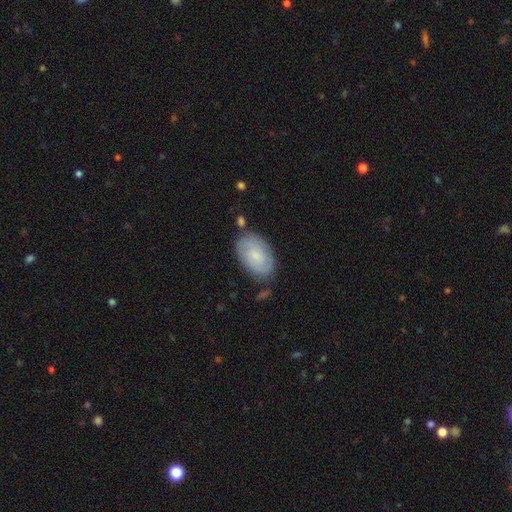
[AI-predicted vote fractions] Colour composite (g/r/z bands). It shows a featured or disk galaxy (48%). Merging: none (74%).